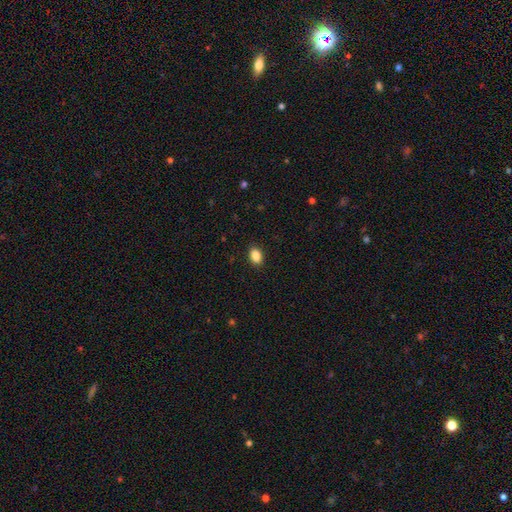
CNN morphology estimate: The model was most divided on "how rounded": in between: 82%, round: 17%, cigar-shaped: 1%. More confident: merging — none (90%); smooth or featured — smooth (87%).